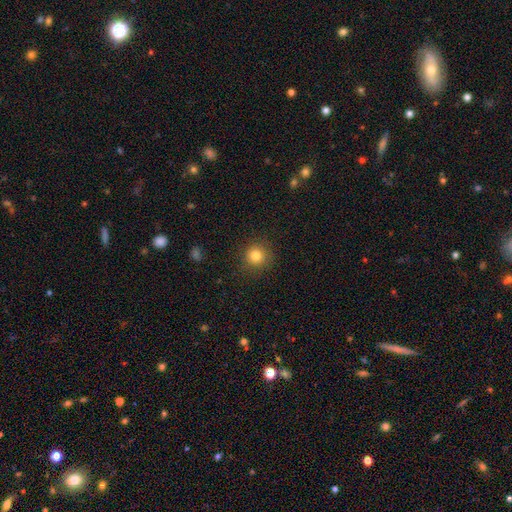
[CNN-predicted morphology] Smooth or featured?
  - smooth: 82% *
  - star or artifact: 12%
  - featured or disk: 6%
How rounded?
  - round: 94% *
  - in between: 5%
  - cigar-shaped: 1%
Merging?
  - none: 89% *
  - minor disturbance: 7%
  - major disturbance: 3%
  - merger: 1%